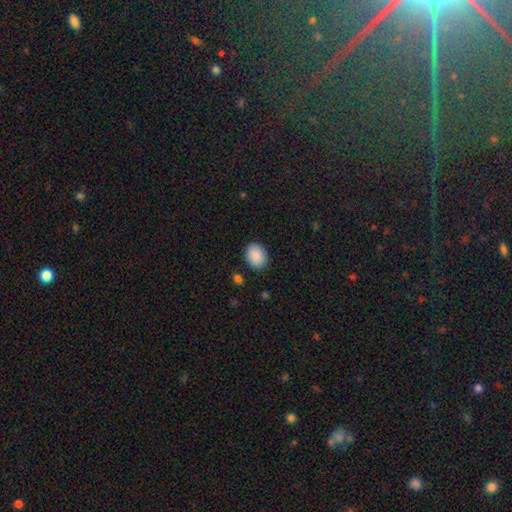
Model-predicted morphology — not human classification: A smooth galaxy with no disk features (90%) that is in between round and cigar-shaped (67%).

Vote fractions:
- Smooth or featured? smooth: 90% / star or artifact: 7% / featured or disk: 3%
- How rounded? in between: 67% / round: 33% / cigar-shaped: 1%
- Merging? none: 87% / minor disturbance: 9% / major disturbance: 2% / merger: 1%